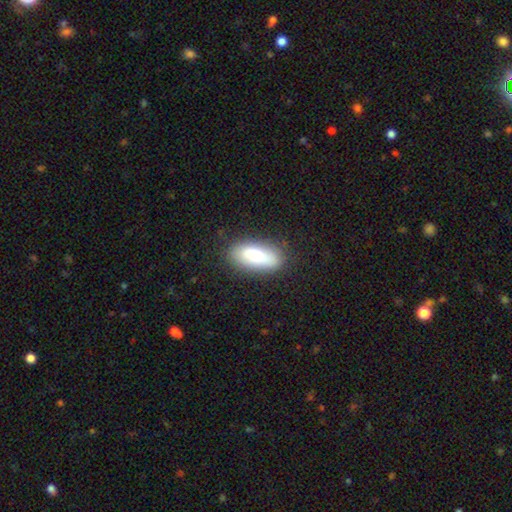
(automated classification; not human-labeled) The model was most divided on "how rounded": in between: 77%, cigar-shaped: 21%, round: 3%. More confident: merging — none (83%); smooth or featured — smooth (83%).